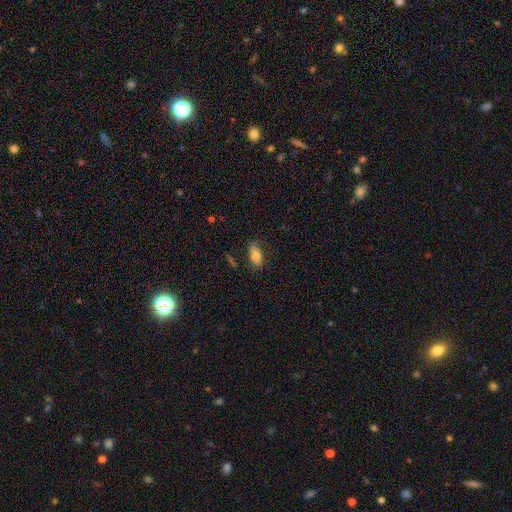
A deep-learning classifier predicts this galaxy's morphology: type=smooth (69%); roundness=in between (88%); merging=none (66%).